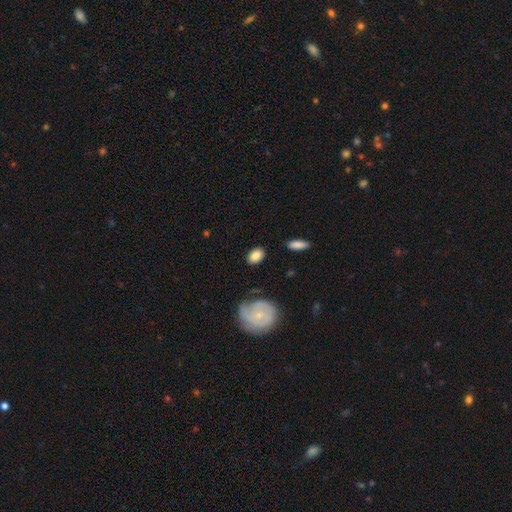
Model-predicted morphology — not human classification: Smooth or featured?
  - smooth: 82% *
  - featured or disk: 11%
  - star or artifact: 7%
How rounded?
  - in between: 81% *
  - round: 17%
  - cigar-shaped: 2%
Merging?
  - none: 80% *
  - minor disturbance: 13%
  - major disturbance: 4%
  - merger: 2%